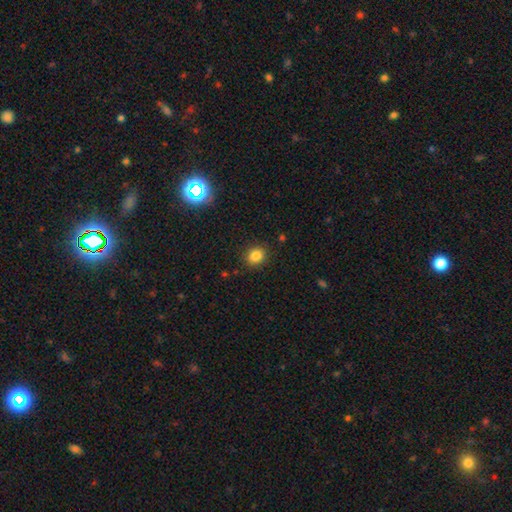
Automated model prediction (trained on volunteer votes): Morphology: type=smooth (84%); roundness=round (61%); merging=none (88%).